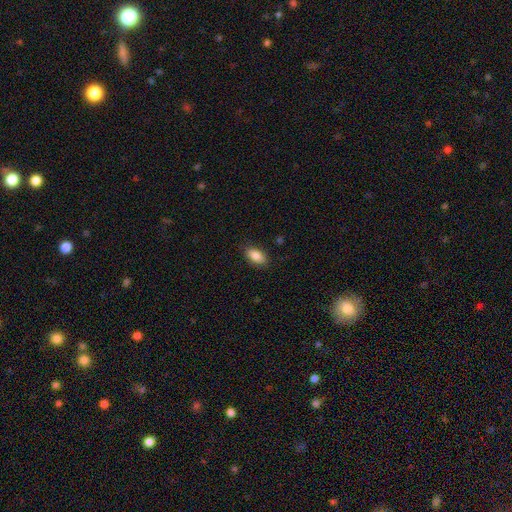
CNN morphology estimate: Smooth or featured? smooth (85%)
How rounded? in between (90%)
Merging? none (85%)